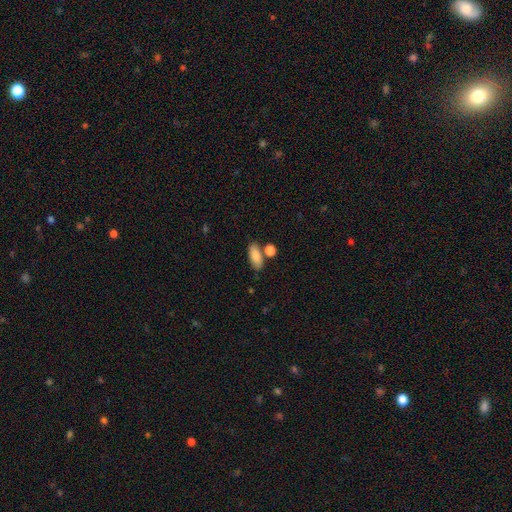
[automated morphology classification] Q: Smooth or featured?
A: smooth (85%); runner-up: featured or disk (8%)
Q: How rounded?
A: in between (83%); runner-up: cigar-shaped (13%)
Q: Merging?
A: none (71%); runner-up: merger (14%)